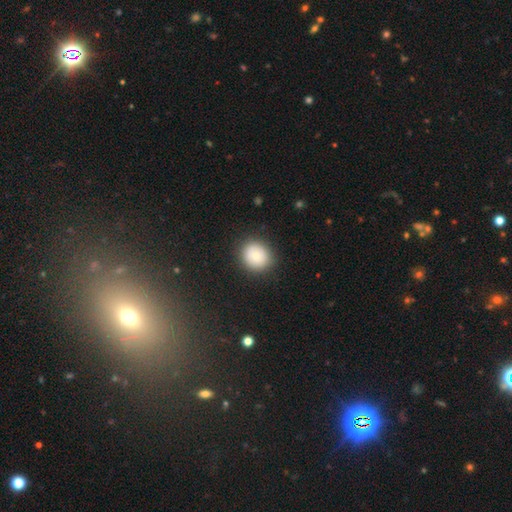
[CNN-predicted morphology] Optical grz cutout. It shows a smooth galaxy with no disk features (80%) that is round (80%). Merging: none (87%).